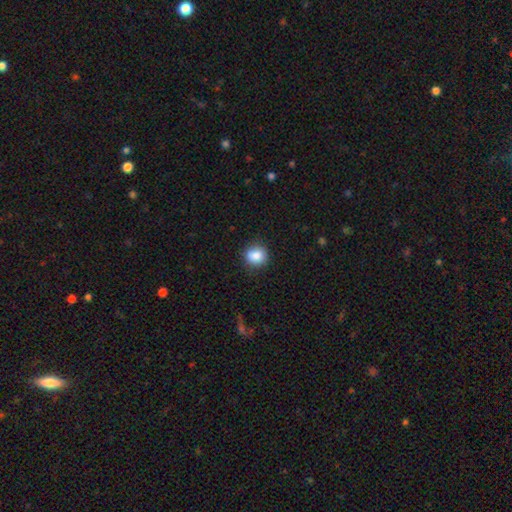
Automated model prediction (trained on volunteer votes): A smooth galaxy with no disk features (86%) that is round (77%). Merging: none (84%).